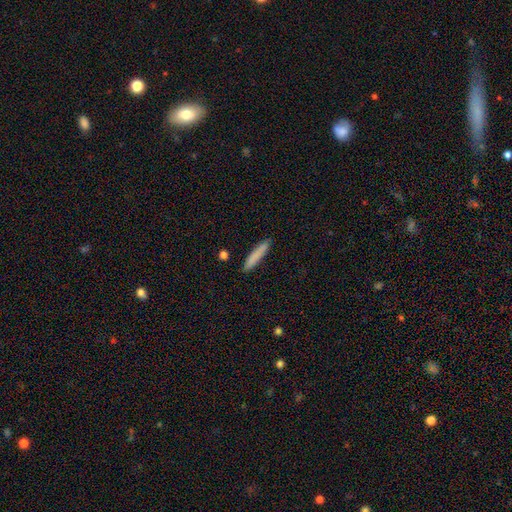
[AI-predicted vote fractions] Morphology: type=smooth (82%); roundness=cigar-shaped (92%); merging=none (89%).